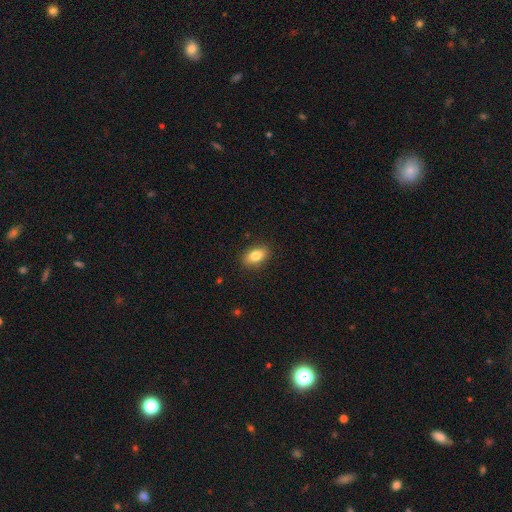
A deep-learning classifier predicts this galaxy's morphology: smooth 81%, featured or disk 12%, star or artifact 8%. Down the decision tree: how rounded — in between (87%); merging — none (88%).